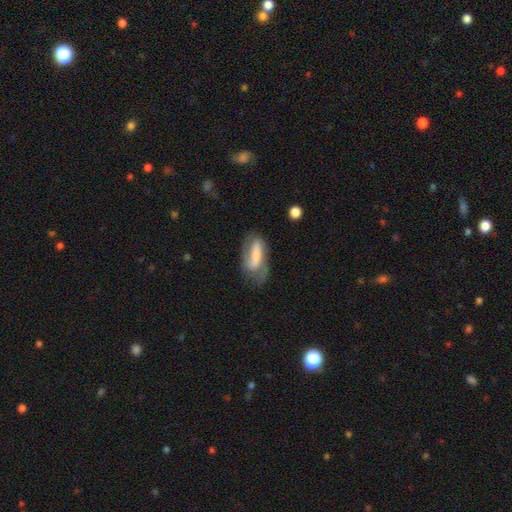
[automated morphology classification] Smooth or featured? featured or disk (56%)
Edge-on disk? no (89%)
Merging? none (57%)